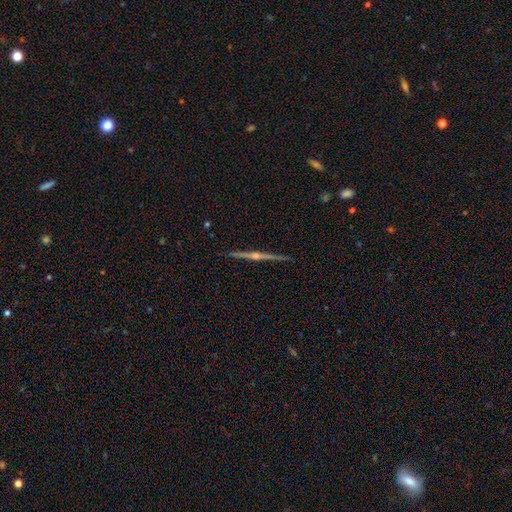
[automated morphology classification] type=featured or disk (72%); edge-on=yes (96%); edge-on bulge=rounded (73%); merging=none (89%).